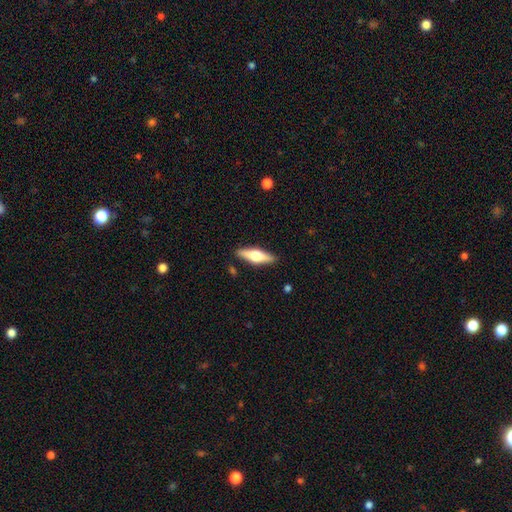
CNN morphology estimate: Smooth or featured? featured or disk (53%)
Edge-on disk? yes (93%)
Merging? none (89%)